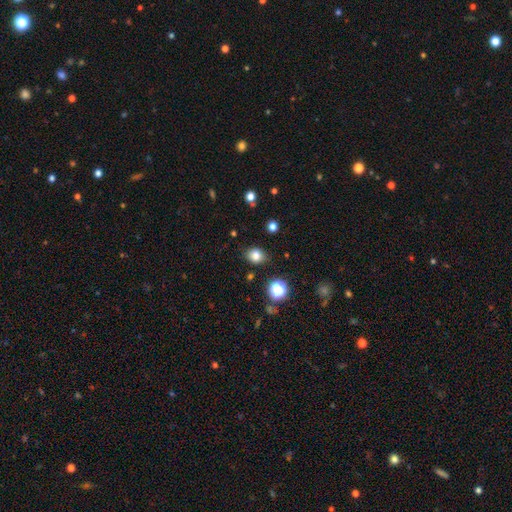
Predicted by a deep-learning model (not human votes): smooth 80%, star or artifact 13%, featured or disk 6%. Down the decision tree: how rounded — in between (51%); merging — none (84%).